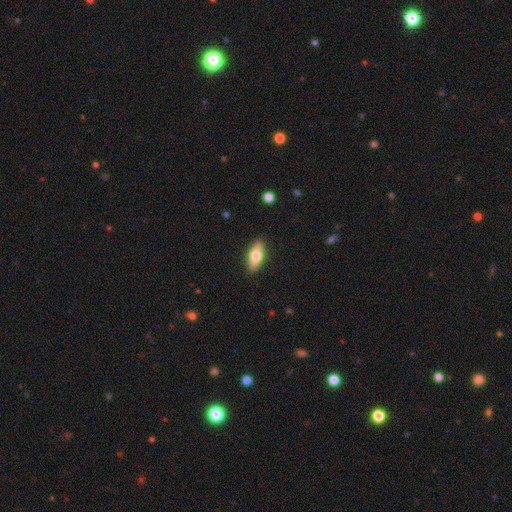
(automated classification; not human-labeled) This appears to be a smooth galaxy with no disk features (64%) that is in between round and cigar-shaped (77%). Merging: none (88%).